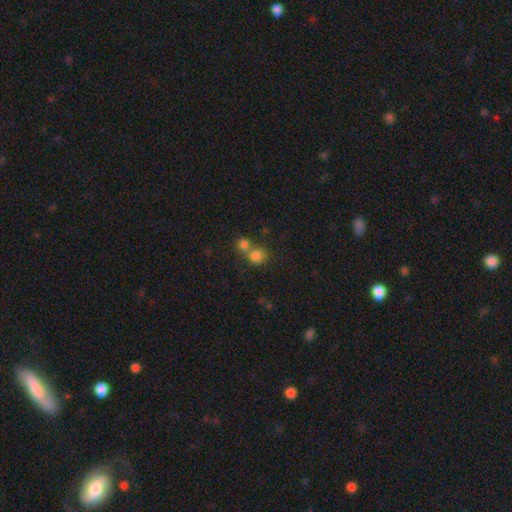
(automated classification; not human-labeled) smooth_or_featured: smooth (p=0.79) [alt: star or artifact p=0.13]
how_rounded: round (p=0.82) [alt: in between p=0.17]
merging: merger (p=0.50) [alt: none p=0.40]